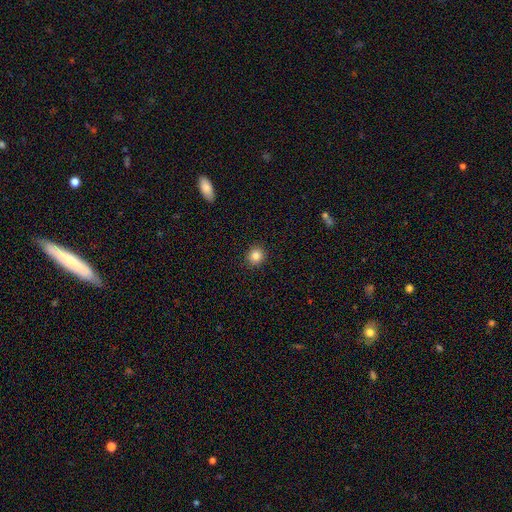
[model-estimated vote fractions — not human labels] Smooth or featured: smooth — 84% (star or artifact — 11%)
How rounded: round — 91% (in between — 8%)
Merging: none — 92% (minor disturbance — 5%)